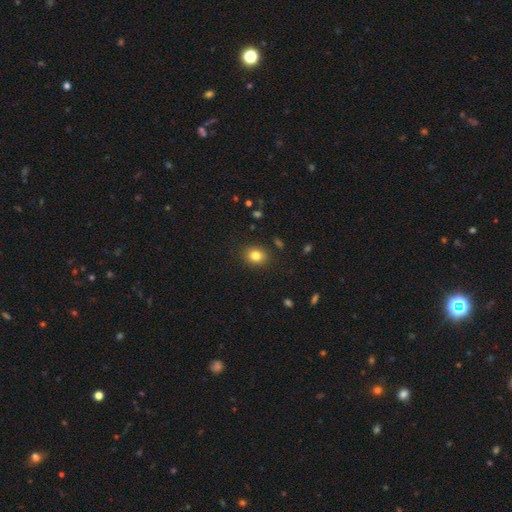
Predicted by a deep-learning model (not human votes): A smooth galaxy with no disk features (82%) that is round (57%).

Vote fractions:
- Smooth or featured? smooth: 82% / star or artifact: 11% / featured or disk: 7%
- How rounded? round: 57% / in between: 43% / cigar-shaped: 1%
- Merging? none: 88% / minor disturbance: 8% / major disturbance: 2% / merger: 1%